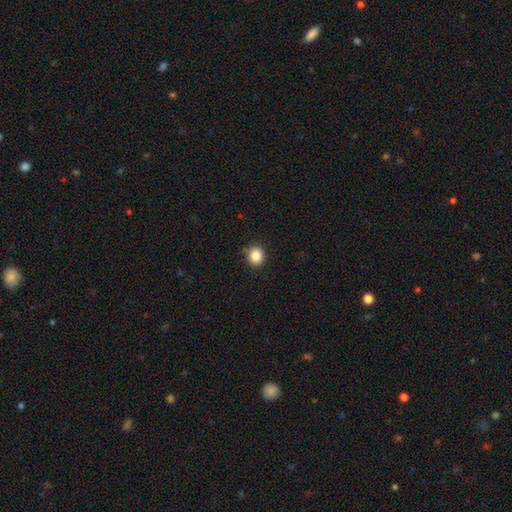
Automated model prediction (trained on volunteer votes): A smooth galaxy with no disk features (87%) that is round (71%). Merging: none (88%).